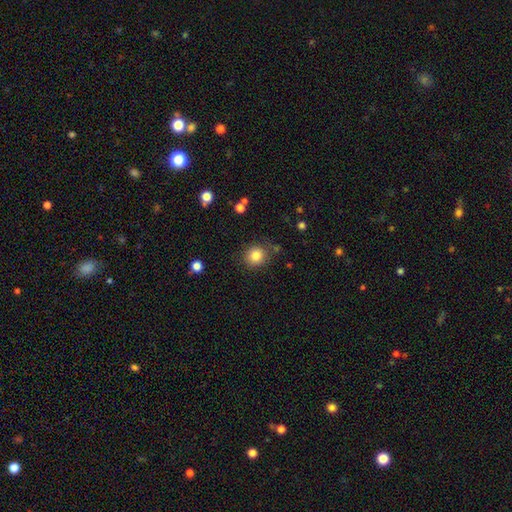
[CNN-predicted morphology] Smooth or featured? smooth (83%)
How rounded? round (88%)
Merging? none (83%)